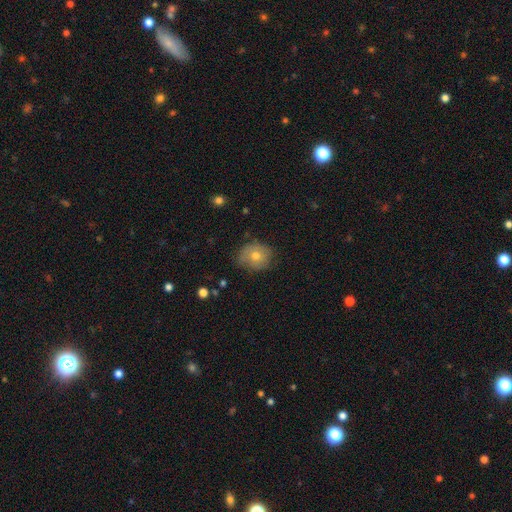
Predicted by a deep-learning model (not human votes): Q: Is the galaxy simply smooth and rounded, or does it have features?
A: smooth — 65%.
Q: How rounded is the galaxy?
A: round — 73%.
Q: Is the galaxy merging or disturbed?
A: none — 71%.